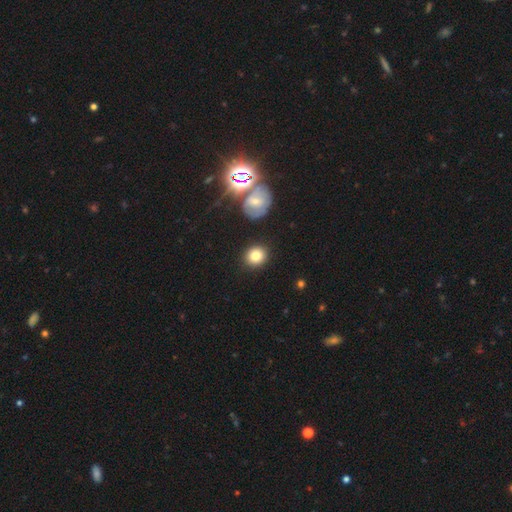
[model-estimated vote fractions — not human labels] Smooth or featured: smooth — 80% (star or artifact — 11%)
How rounded: round — 82% (in between — 17%)
Merging: none — 87% (minor disturbance — 7%)